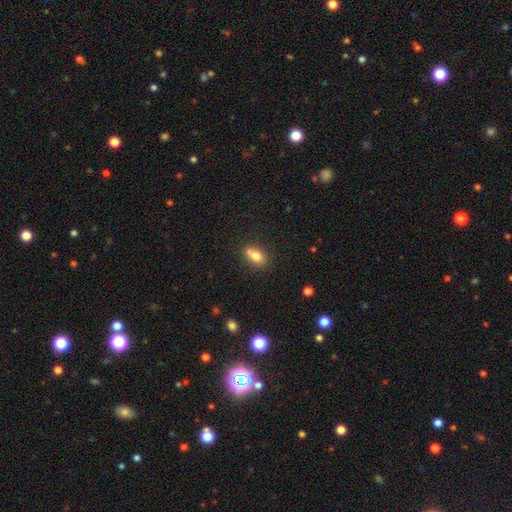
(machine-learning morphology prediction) Smooth or featured? Predicted: smooth (p=0.76). How rounded? Predicted: in between (p=0.79). Merging? Predicted: none (p=0.59).